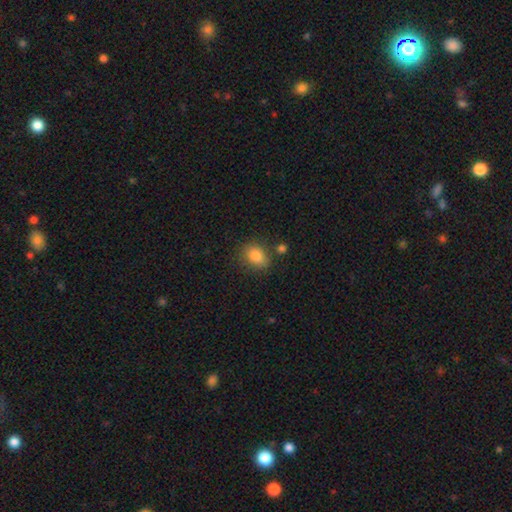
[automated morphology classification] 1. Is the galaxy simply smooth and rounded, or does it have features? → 84% smooth, 9% star or artifact, 7% featured or disk.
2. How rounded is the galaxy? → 64% in between, 34% round, 1% cigar-shaped.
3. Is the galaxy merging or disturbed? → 75% none, 15% minor disturbance, 6% merger, 4% major disturbance.